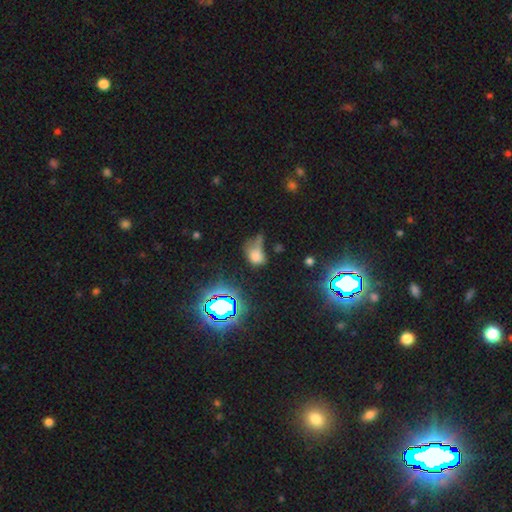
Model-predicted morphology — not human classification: Smooth or featured?
  - smooth: 59% *
  - star or artifact: 26%
  - featured or disk: 15%
How rounded?
  - in between: 69% *
  - round: 29%
  - cigar-shaped: 3%
Merging?
  - major disturbance: 30% *
  - none: 27%
  - minor disturbance: 26%
  - merger: 16%